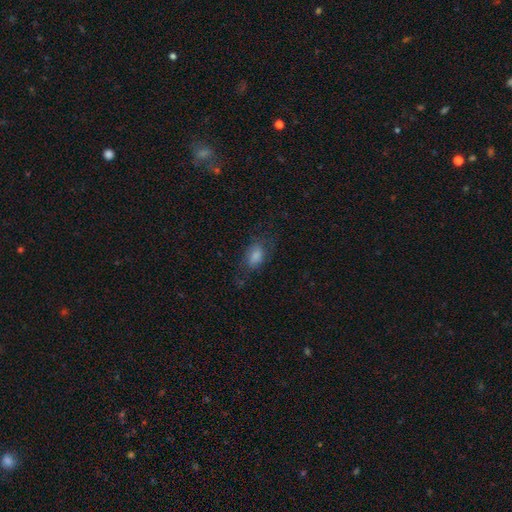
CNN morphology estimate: A smooth galaxy with no disk features (77%) that is in between round and cigar-shaped (88%).

Vote fractions:
- Smooth or featured? smooth: 77% / featured or disk: 14% / star or artifact: 10%
- How rounded? in between: 88% / round: 9% / cigar-shaped: 3%
- Merging? none: 58% / minor disturbance: 24% / major disturbance: 17% / merger: 2%